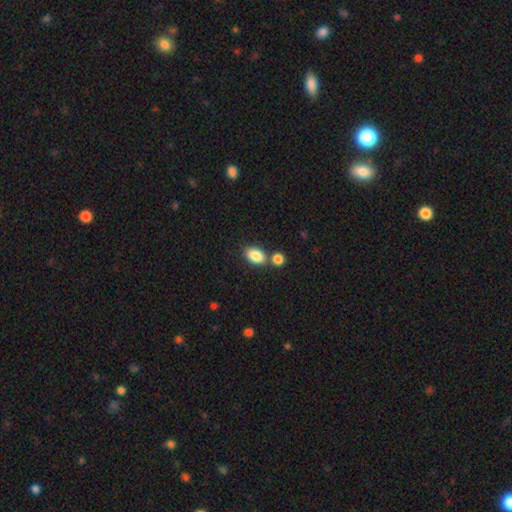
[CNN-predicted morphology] Smooth or featured?
  - smooth: 86% *
  - star or artifact: 8%
  - featured or disk: 6%
How rounded?
  - in between: 87% *
  - round: 11%
  - cigar-shaped: 2%
Merging?
  - none: 63% *
  - merger: 23%
  - minor disturbance: 11%
  - major disturbance: 3%